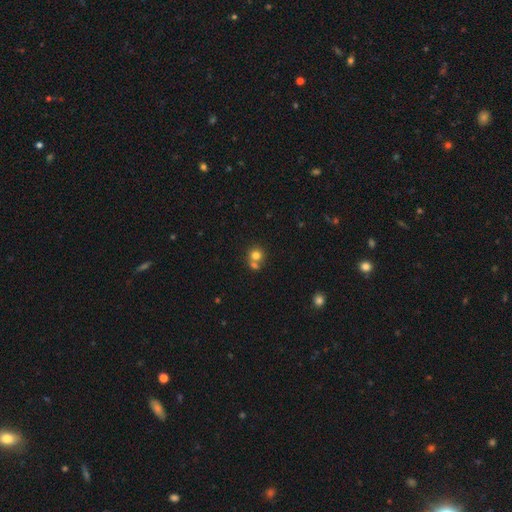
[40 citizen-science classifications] smooth 82%, star or artifact 12%, featured or disk 5%. Down the decision tree: how rounded — round (82%); merging — none (51%).